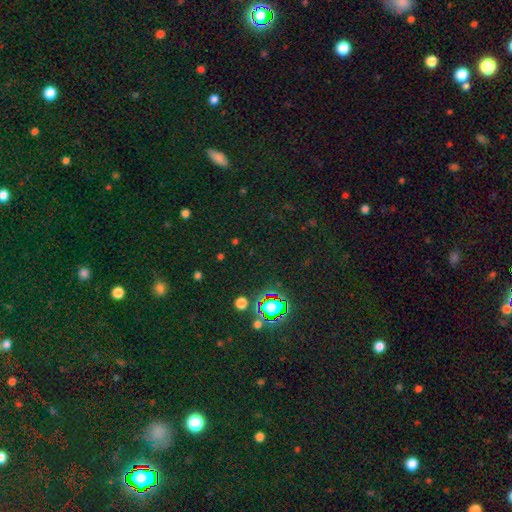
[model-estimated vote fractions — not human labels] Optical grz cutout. It shows a star or artifact, not a galaxy (75%).